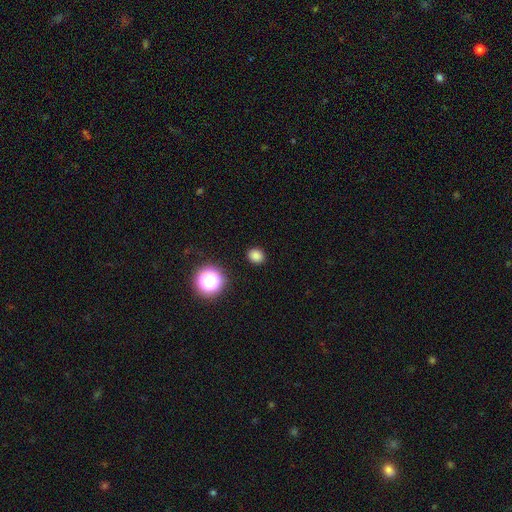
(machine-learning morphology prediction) Overall: smooth (80%). How rounded: round (75%). Merging: none (90%).